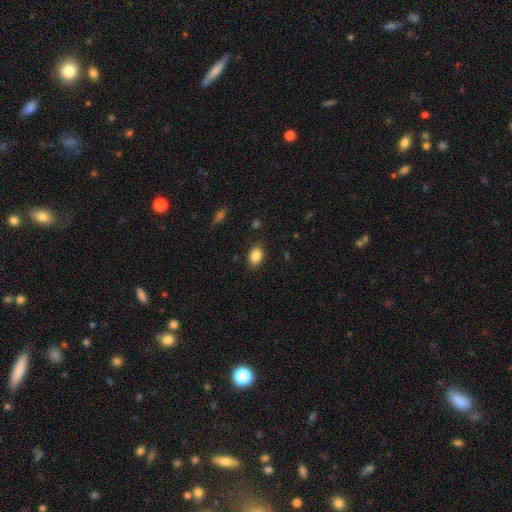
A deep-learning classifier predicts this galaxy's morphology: Overall: smooth (87%). How rounded: in between (80%). Merging: none (85%).